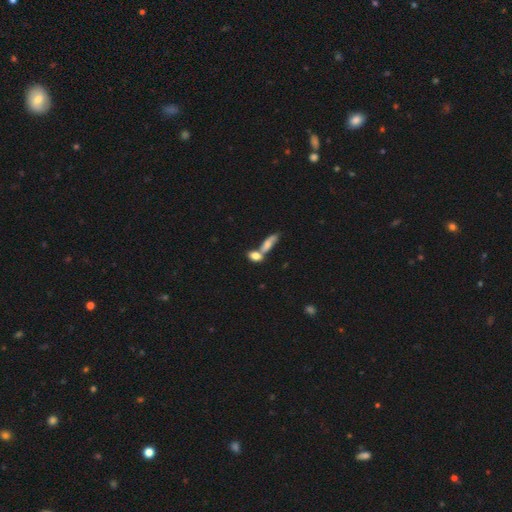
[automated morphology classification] Smooth or featured: smooth — 74% (featured or disk — 17%)
How rounded: in between — 71% (cigar-shaped — 15%)
Merging: merger — 56% (none — 30%)